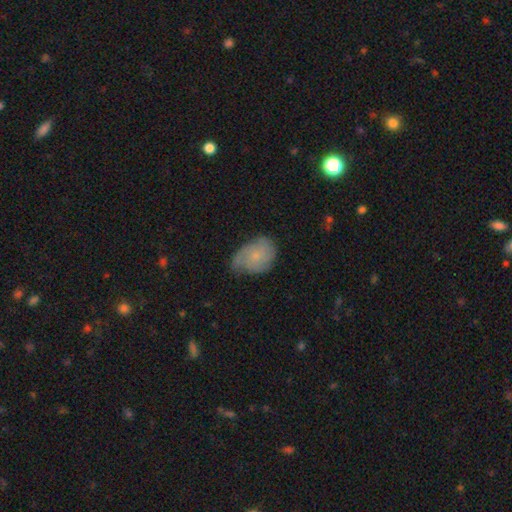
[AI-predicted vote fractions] A smooth galaxy with no disk features (52%) that is in between round and cigar-shaped (74%).

Vote fractions:
- Smooth or featured? smooth: 52% / featured or disk: 40% / star or artifact: 8%
- How rounded? in between: 74% / round: 25% / cigar-shaped: 1%
- Merging? none: 43% / minor disturbance: 40% / major disturbance: 15% / merger: 2%